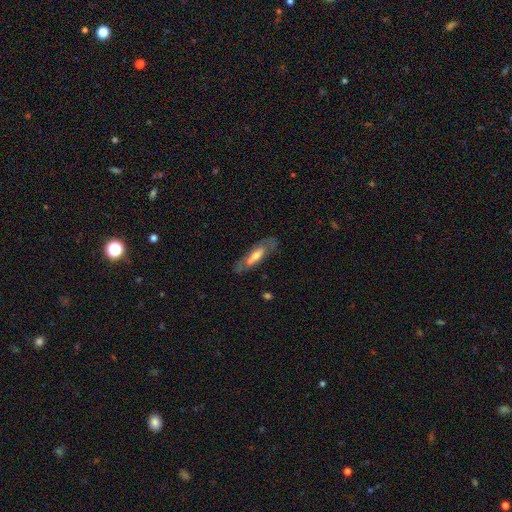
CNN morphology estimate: type=featured or disk (53%); edge-on=no (59%); merging=none (70%).